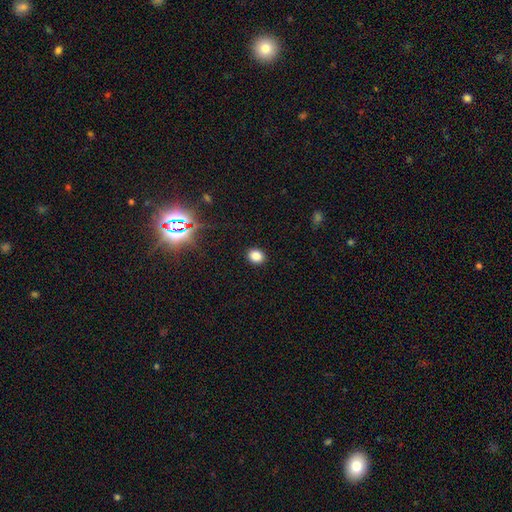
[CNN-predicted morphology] A smooth galaxy with no disk features (83%) that is round (57%). Merging: none (91%).